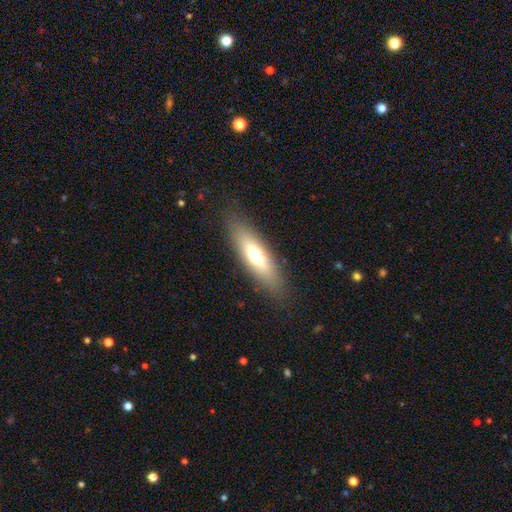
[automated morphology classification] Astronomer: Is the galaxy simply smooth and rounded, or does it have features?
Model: smooth — 57% (runner-up: featured or disk, 35%).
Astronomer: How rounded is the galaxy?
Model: cigar-shaped — 49%, tied with in between at 49%.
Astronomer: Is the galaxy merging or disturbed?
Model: none — 85%.